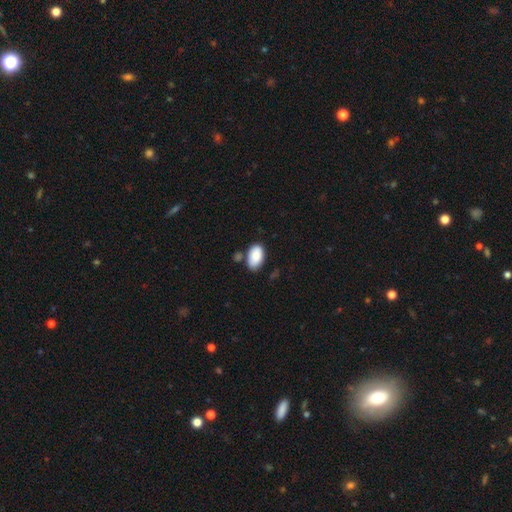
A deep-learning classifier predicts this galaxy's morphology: Overall: smooth (86%). How rounded: in between (94%). Merging: none (69%).